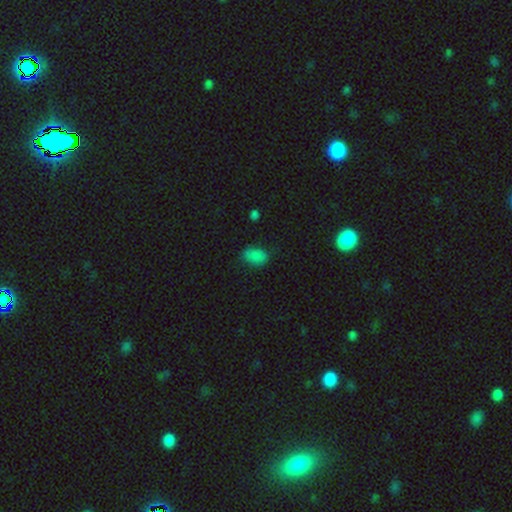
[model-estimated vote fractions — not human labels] smooth 81%, star or artifact 13%, featured or disk 5%. Down the decision tree: how rounded — in between (86%); merging — none (66%).